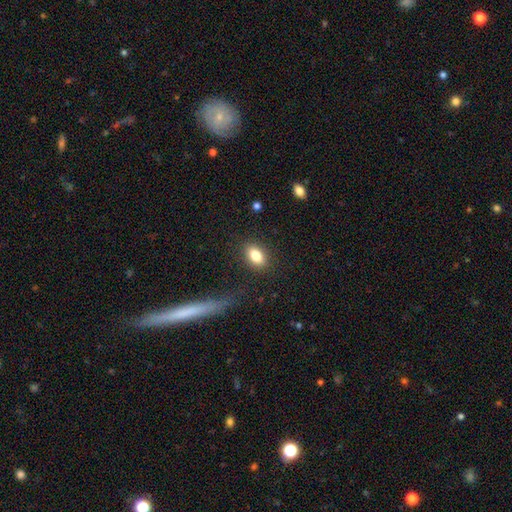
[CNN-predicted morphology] A smooth galaxy with no disk features (82%) that is in between round and cigar-shaped (85%).

Vote fractions:
- Smooth or featured? smooth: 82% / featured or disk: 9% / star or artifact: 8%
- How rounded? in between: 85% / round: 12% / cigar-shaped: 3%
- Merging? none: 85% / minor disturbance: 10% / major disturbance: 3% / merger: 2%